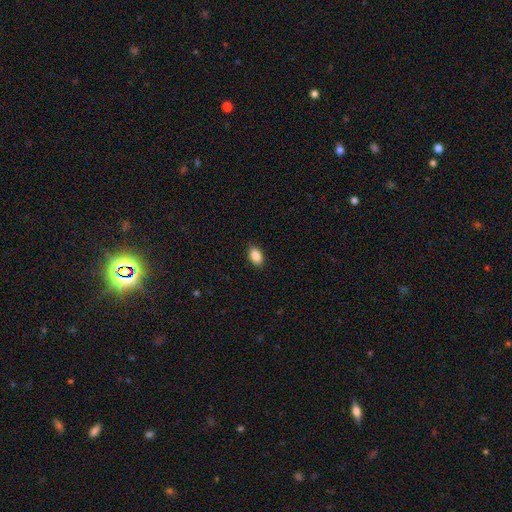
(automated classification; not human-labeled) Overall: smooth (88%). How rounded: in between (90%). Merging: none (88%).